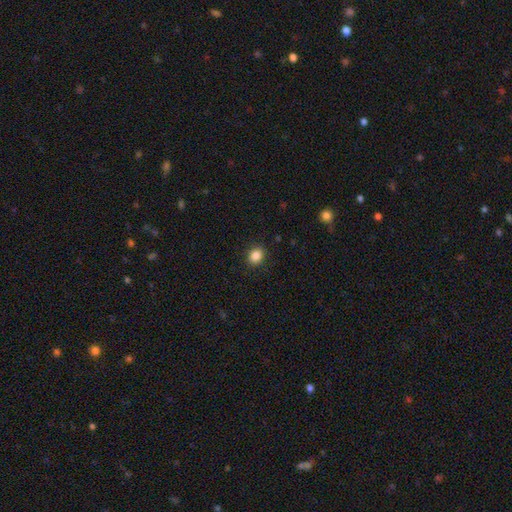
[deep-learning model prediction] A smooth galaxy with no disk features (86%) that is round (60%). Merging: none (91%).